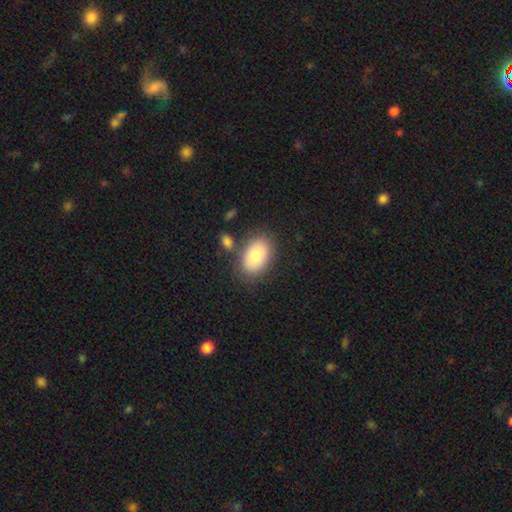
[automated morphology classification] Smooth or featured? Predicted: smooth (p=0.81). How rounded? Predicted: in between (p=0.90). Merging? Predicted: none (p=0.75).